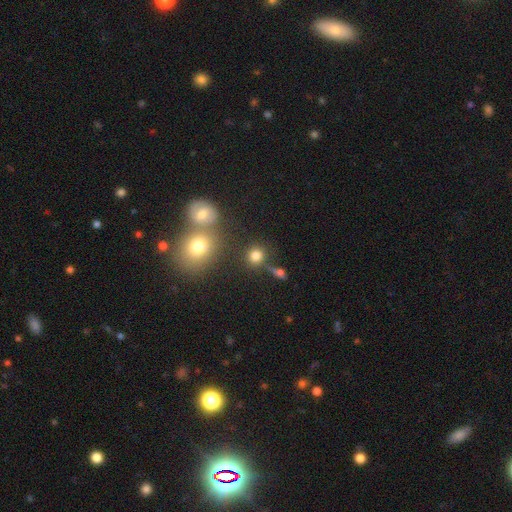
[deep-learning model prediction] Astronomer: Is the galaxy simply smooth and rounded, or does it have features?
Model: smooth — 79%.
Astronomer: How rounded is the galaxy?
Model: round — 86%.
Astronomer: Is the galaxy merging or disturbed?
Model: none — 69%.